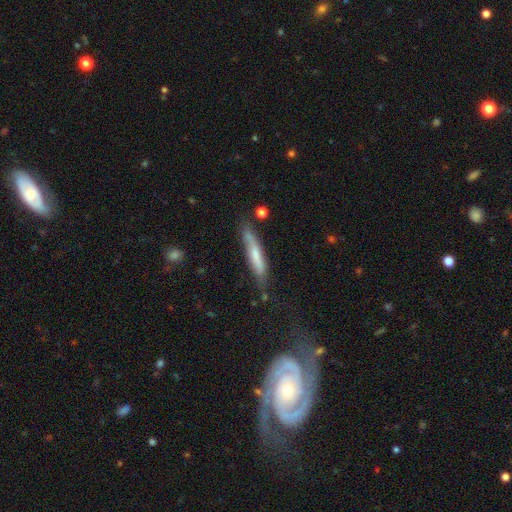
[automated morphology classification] A smooth galaxy with no disk features (59%) that is cigar-shaped (90%).

Vote fractions:
- Smooth or featured? smooth: 59% / featured or disk: 35% / star or artifact: 6%
- How rounded? cigar-shaped: 90% / in between: 8% / round: 1%
- Merging? none: 69% / minor disturbance: 22% / major disturbance: 5% / merger: 4%